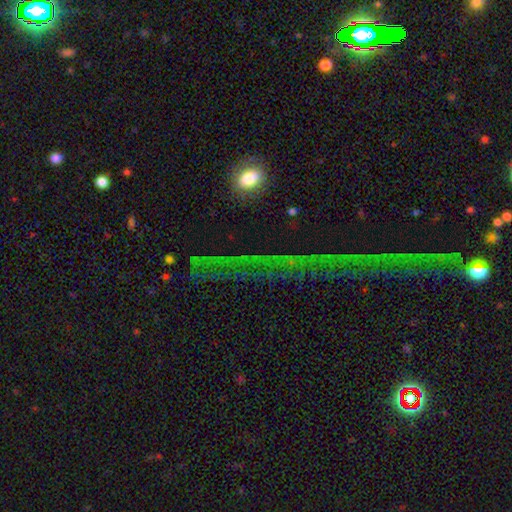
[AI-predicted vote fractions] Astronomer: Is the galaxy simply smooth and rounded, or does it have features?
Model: star or artifact — 64%.